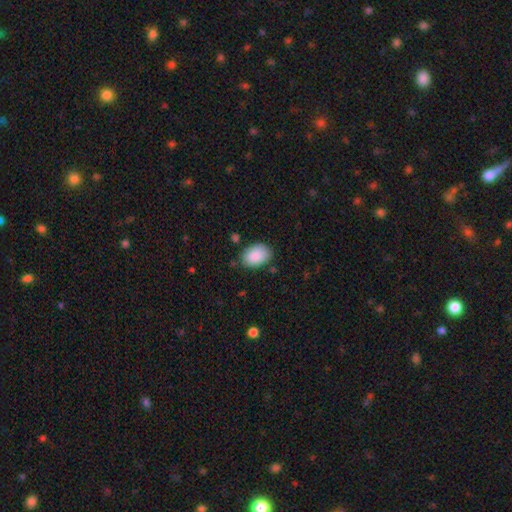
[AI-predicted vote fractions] Overall: smooth (88%). How rounded: in between (85%). Merging: none (78%).